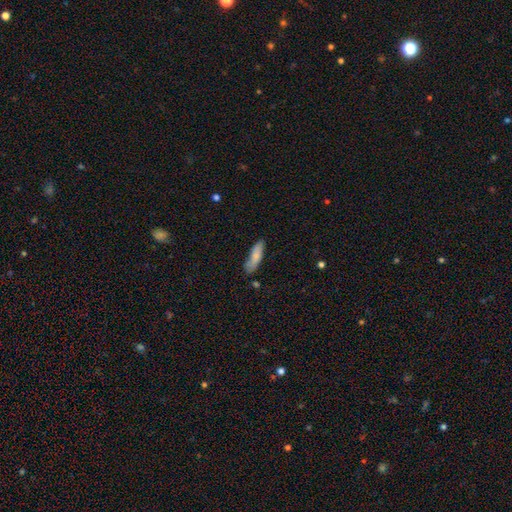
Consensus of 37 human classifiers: Overall: smooth (73%). How rounded: cigar-shaped (52%; in between 48%). Merging: none (64%; minor disturbance 36%).